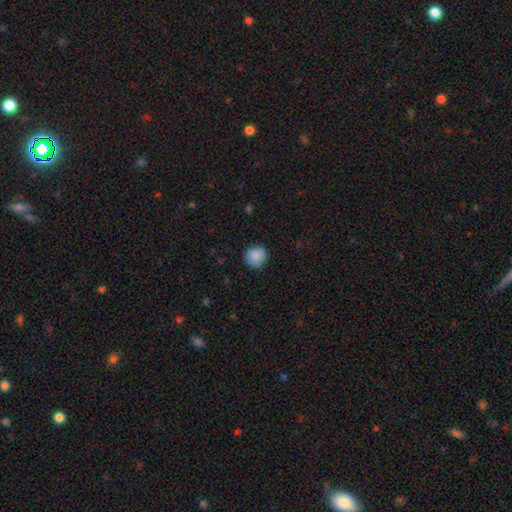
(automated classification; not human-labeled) This appears to be a smooth galaxy with no disk features (86%) that is round (89%). Merging: none (81%).